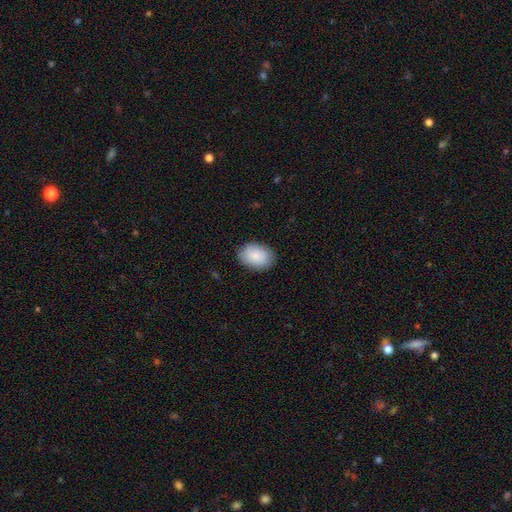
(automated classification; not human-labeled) Q: Smooth or featured?
A: smooth (88%); runner-up: featured or disk (6%)
Q: How rounded?
A: in between (84%); runner-up: round (15%)
Q: Merging?
A: none (86%); runner-up: minor disturbance (10%)